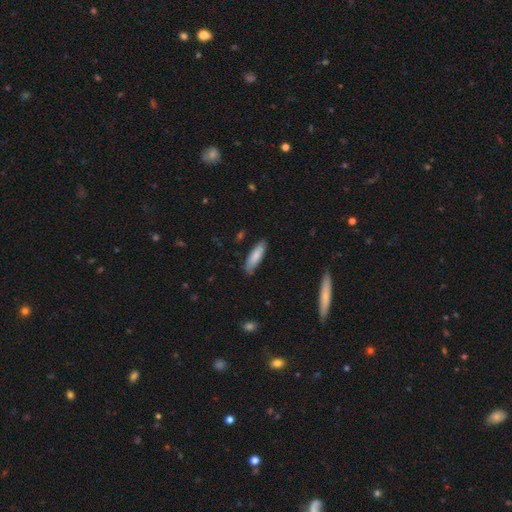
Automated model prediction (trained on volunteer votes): This is clearly a smooth galaxy (83%). How rounded: possibly cigar-shaped (55%). Merging: clearly none (83%).